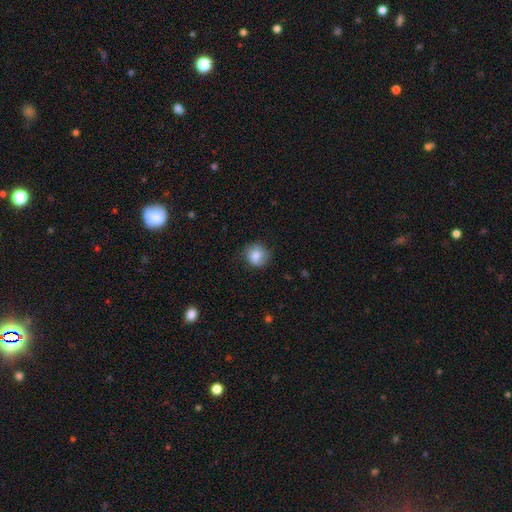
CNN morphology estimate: The model was most divided on "merging": none: 79%, minor disturbance: 16%, major disturbance: 4%, merger: 1%. More confident: how rounded — round (84%); smooth or featured — smooth (80%).